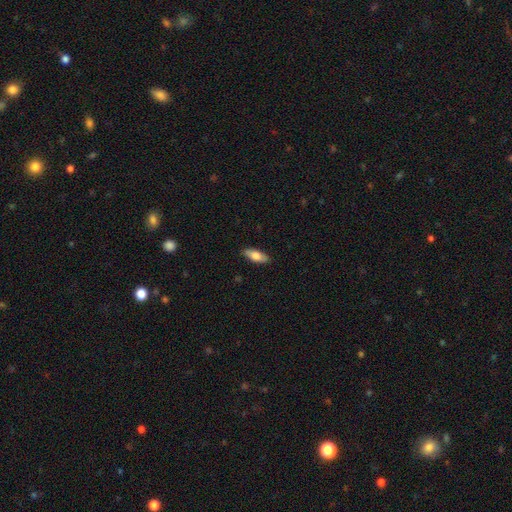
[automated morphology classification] A smooth galaxy with no disk features (75%) that is in between round and cigar-shaped (72%).

Vote fractions:
- Smooth or featured? smooth: 75% / featured or disk: 19% / star or artifact: 6%
- How rounded? in between: 72% / cigar-shaped: 26% / round: 2%
- Merging? none: 88% / minor disturbance: 9% / major disturbance: 2% / merger: 1%